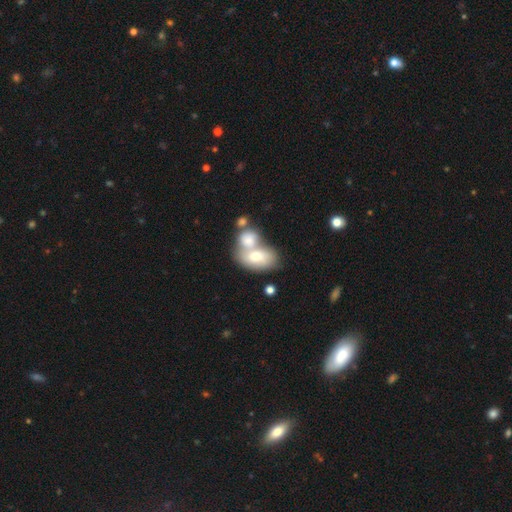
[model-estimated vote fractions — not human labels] Morphology: type=smooth (68%); roundness=in between (86%); merging=merger (67%).